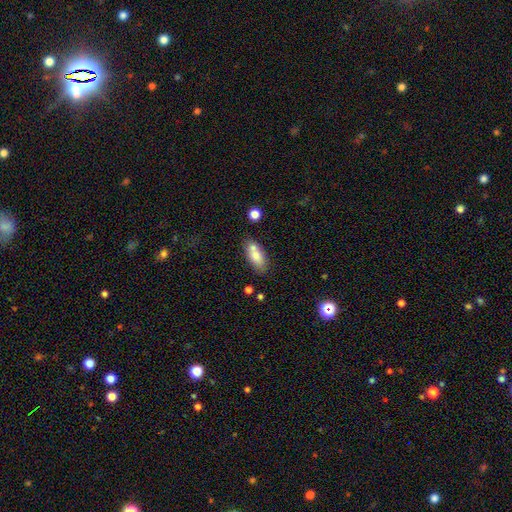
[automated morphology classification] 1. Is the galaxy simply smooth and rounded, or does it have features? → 76% smooth, 16% featured or disk, 8% star or artifact.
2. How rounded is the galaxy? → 83% in between, 13% cigar-shaped, 4% round.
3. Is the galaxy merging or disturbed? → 58% none, 22% merger, 15% minor disturbance, 4% major disturbance.